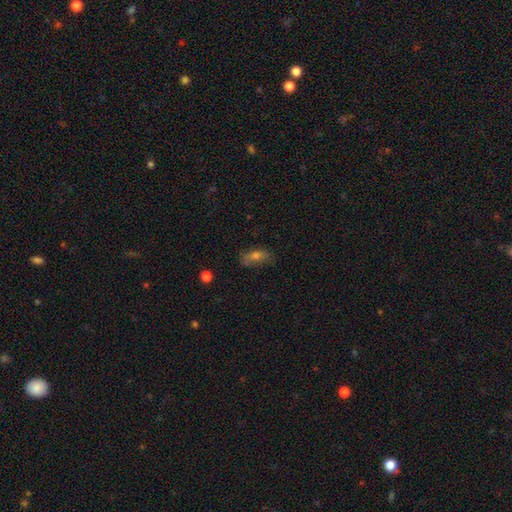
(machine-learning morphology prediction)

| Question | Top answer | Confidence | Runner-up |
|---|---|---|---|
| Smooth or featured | smooth | 60% | featured or disk (25%) |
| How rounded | in between | 71% | cigar-shaped (23%) |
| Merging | none | 63% | minor disturbance (25%) |